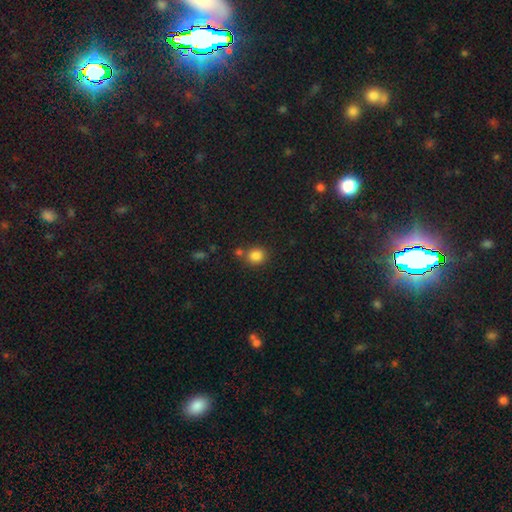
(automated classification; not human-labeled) smooth_or_featured: smooth (p=0.84) [alt: star or artifact p=0.11]
how_rounded: round (p=0.79) [alt: in between p=0.20]
merging: none (p=0.72) [alt: merger p=0.14]